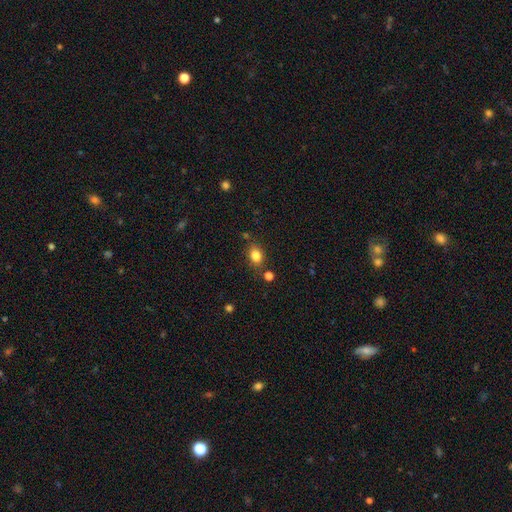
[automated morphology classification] smooth 82%, star or artifact 11%, featured or disk 7%. Down the decision tree: how rounded — in between (66%); merging — none (75%).